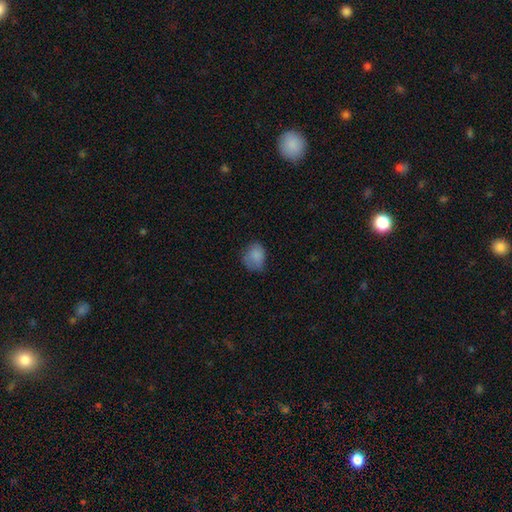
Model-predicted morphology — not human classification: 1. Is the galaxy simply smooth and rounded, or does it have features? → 82% smooth, 9% featured or disk, 9% star or artifact.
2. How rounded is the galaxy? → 51% round, 48% in between, 1% cigar-shaped.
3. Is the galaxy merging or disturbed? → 51% none, 35% minor disturbance, 12% major disturbance, 2% merger.